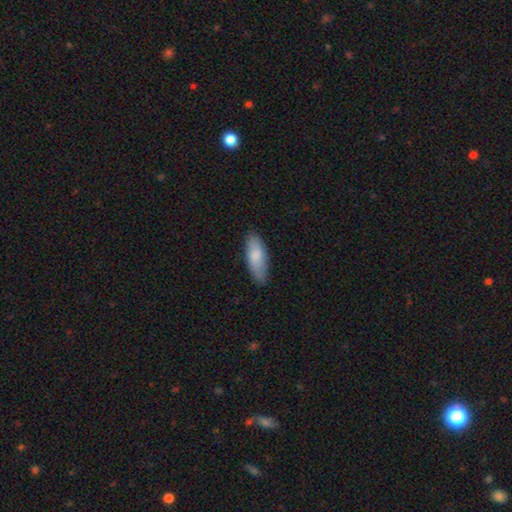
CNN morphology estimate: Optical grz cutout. It shows a smooth galaxy with no disk features (82%) that is in between round and cigar-shaped (69%). Merging: none (81%).